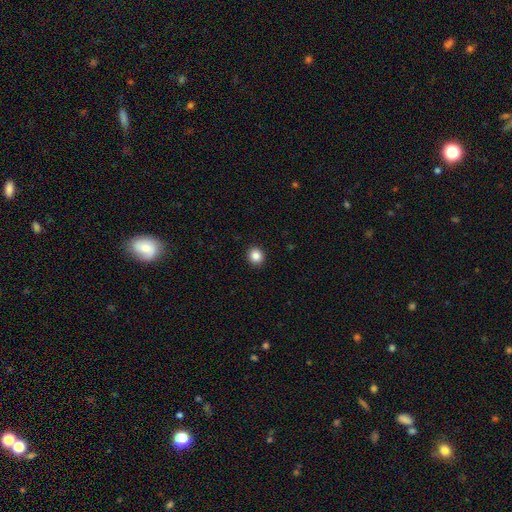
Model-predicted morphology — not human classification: The model was most divided on "how rounded": round: 86%, in between: 13%, cigar-shaped: 1%. More confident: merging — none (92%); smooth or featured — smooth (86%).